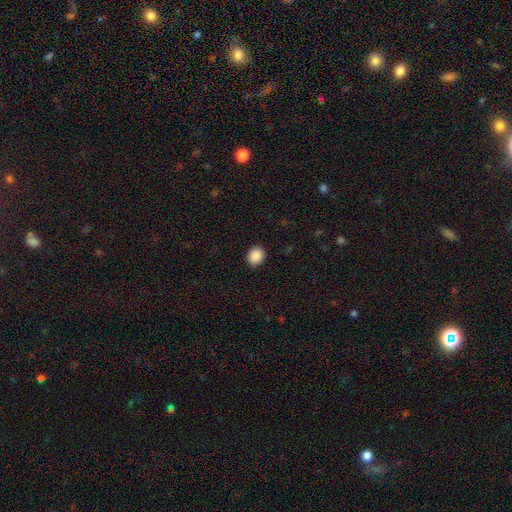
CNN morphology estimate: Smooth or featured: smooth — 89% (star or artifact — 8%)
How rounded: round — 61% (in between — 38%)
Merging: none — 90% (minor disturbance — 7%)